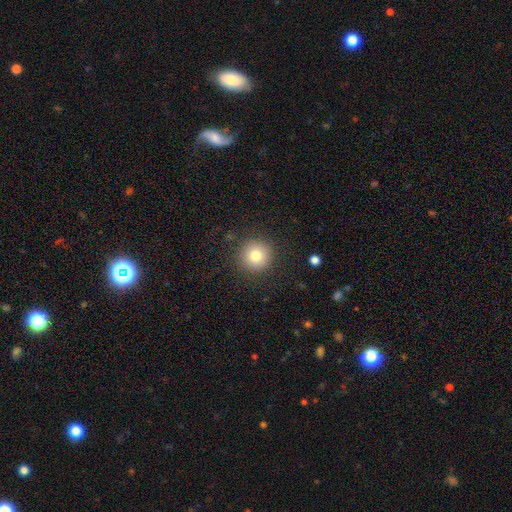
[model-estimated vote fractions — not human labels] The model was most divided on "smooth or featured": smooth: 79%, star or artifact: 11%, featured or disk: 9%. More confident: how rounded — round (95%); merging — none (90%).